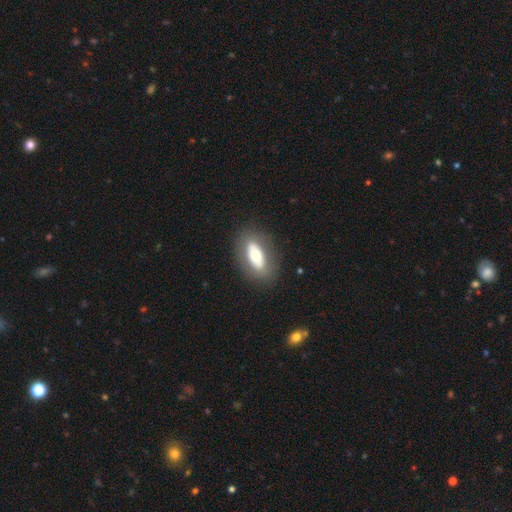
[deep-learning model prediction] Smooth or featured?
  - smooth: 54% *
  - featured or disk: 40%
  - star or artifact: 7%
How rounded?
  - in between: 85% *
  - cigar-shaped: 9%
  - round: 7%
Merging?
  - none: 82% *
  - minor disturbance: 11%
  - major disturbance: 5%
  - merger: 1%